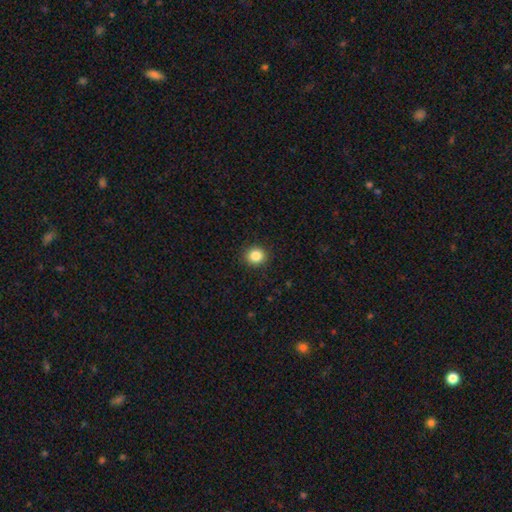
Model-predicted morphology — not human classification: Smooth or featured? Predicted: smooth (p=0.85). How rounded? Predicted: round (p=0.87). Merging? Predicted: none (p=0.92).